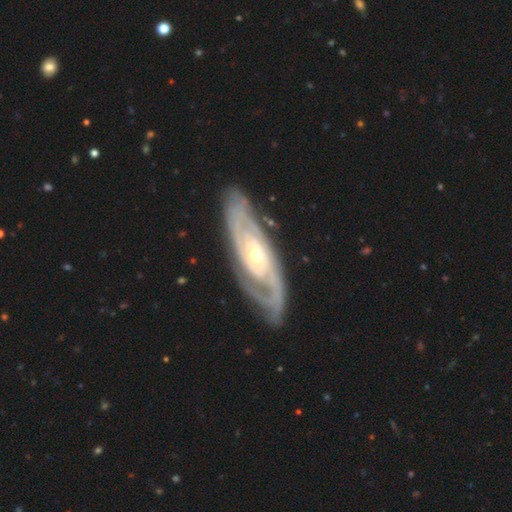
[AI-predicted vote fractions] This is clearly a featured or disk galaxy (89%). It is clearly not viewed edge-on (90%). Bar: likely no (67%). Spiral arm pattern: clearly yes (96%). Spiral arm count: likely 2 (62%). Spiral winding: likely tight (61%). Central bulge: possibly small (59%). Merging: clearly none (80%).